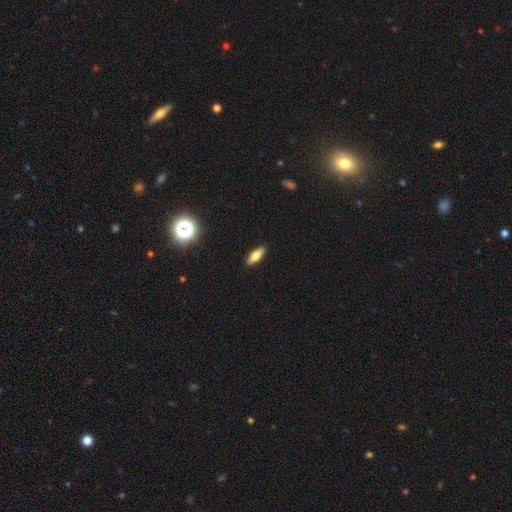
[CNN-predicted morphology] This is likely a smooth galaxy (61%). How rounded: likely in between (62%). Merging: clearly none (89%).